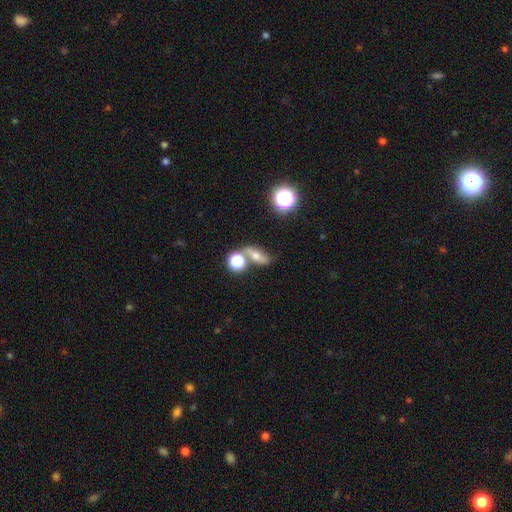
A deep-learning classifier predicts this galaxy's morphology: smooth_or_featured: smooth (p=0.48) [alt: featured or disk p=0.36]
merging: none (p=0.55) [alt: merger p=0.24]